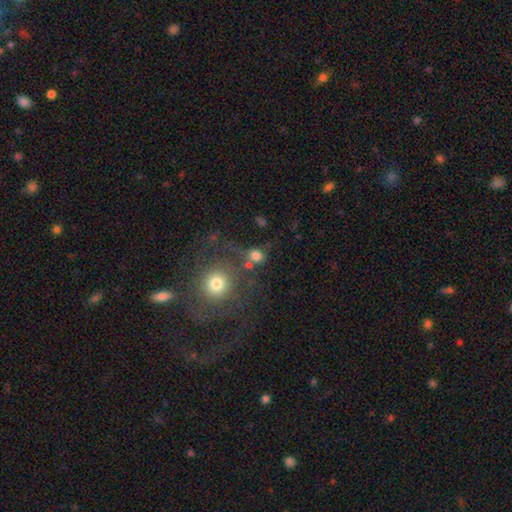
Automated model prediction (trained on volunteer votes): A smooth galaxy with no disk features (76%) that is round (74%). Merging: none (59%).